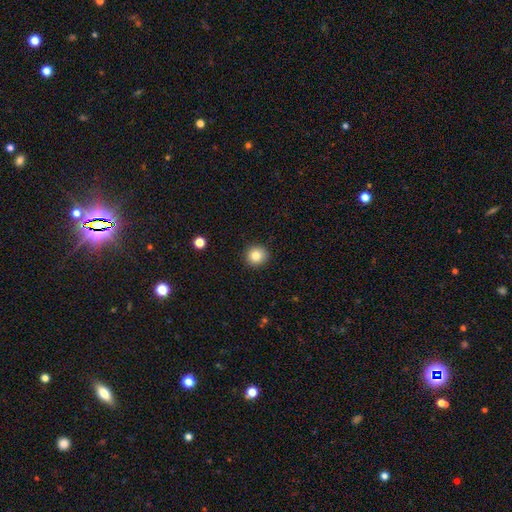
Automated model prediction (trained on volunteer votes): smooth-or-featured: smooth: 83% | star or artifact: 10% | featured or disk: 6%
  how-rounded: round: 91% | in between: 8% | cigar-shaped: 1%
  merging: none: 92% | minor disturbance: 6% | major disturbance: 2% | merger: 1%